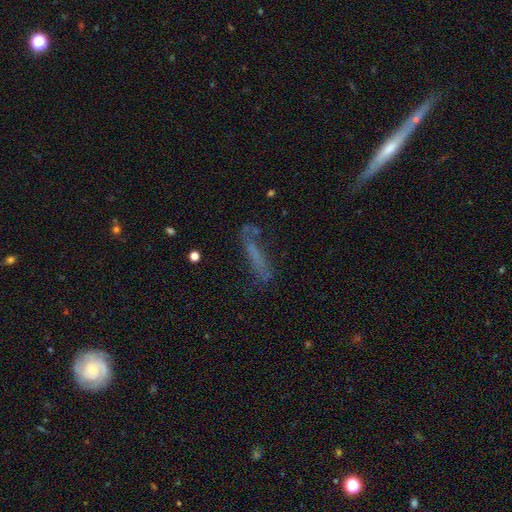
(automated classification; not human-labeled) Smooth or featured?
  - featured or disk: 43% *
  - smooth: 41%
  - star or artifact: 16%
Merging?
  - none: 54% *
  - minor disturbance: 24%
  - major disturbance: 17%
  - merger: 5%